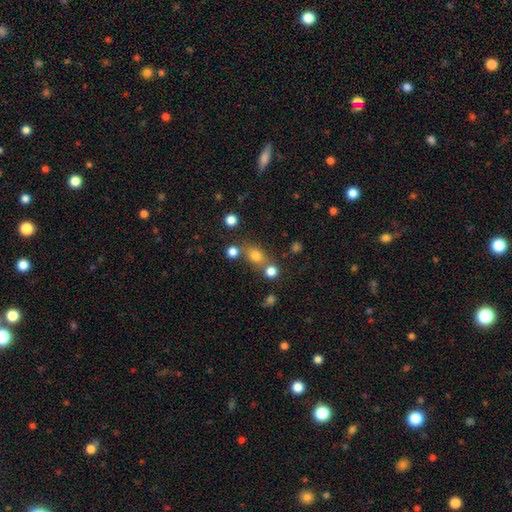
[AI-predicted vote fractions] smooth 72%, star or artifact 18%, featured or disk 10%. Down the decision tree: how rounded — round (51%); merging — none (62%).